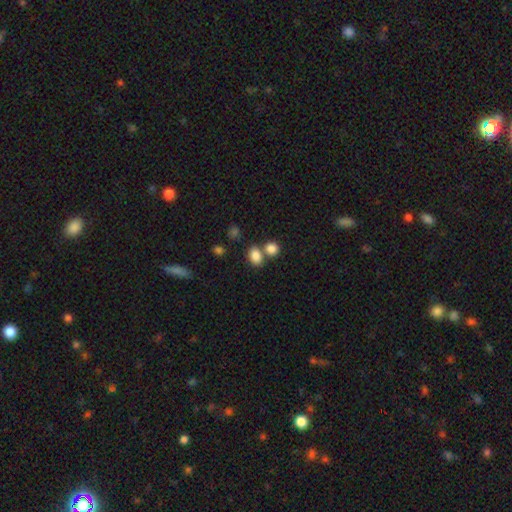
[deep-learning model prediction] Overall: smooth (84%). How rounded: in between (64%; round 34%). Merging: none (54%; merger 32%).